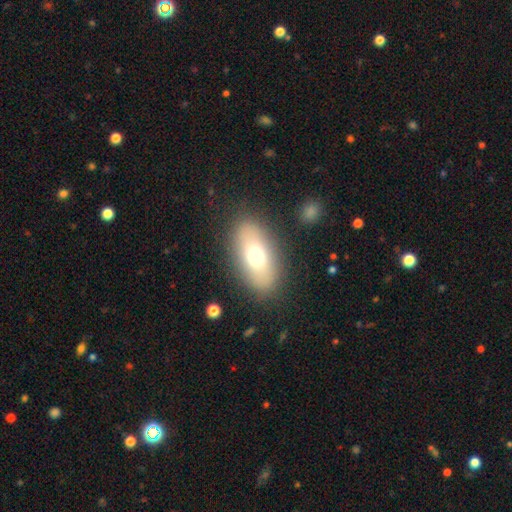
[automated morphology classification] smooth 68%, featured or disk 24%, star or artifact 8%. Down the decision tree: how rounded — in between (88%); merging — none (85%).